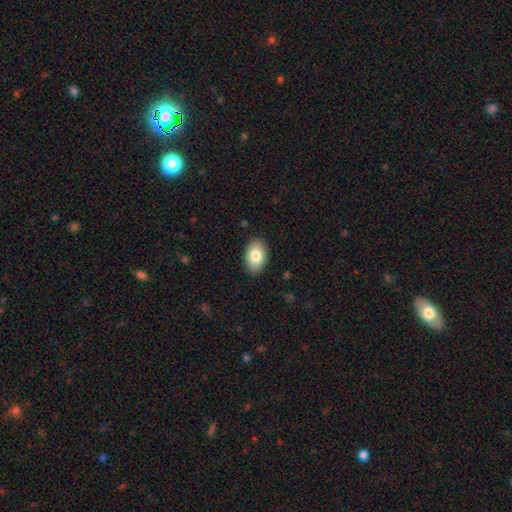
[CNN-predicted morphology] smooth_or_featured: smooth (p=0.83) [alt: featured or disk p=0.10]
how_rounded: in between (p=0.89) [alt: round p=0.09]
merging: none (p=0.88) [alt: minor disturbance p=0.09]